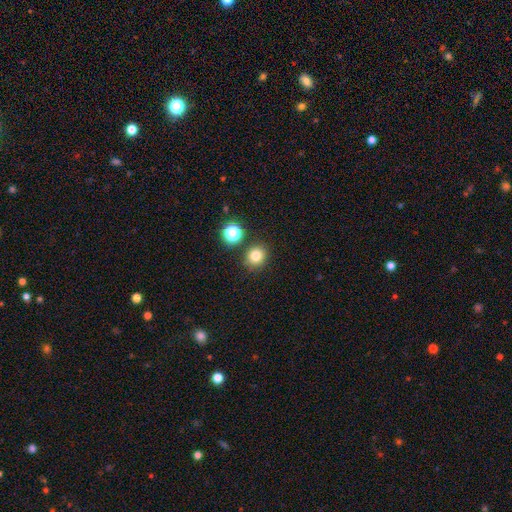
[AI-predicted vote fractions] A smooth galaxy with no disk features (79%) that is round (85%). Merging: none (83%).